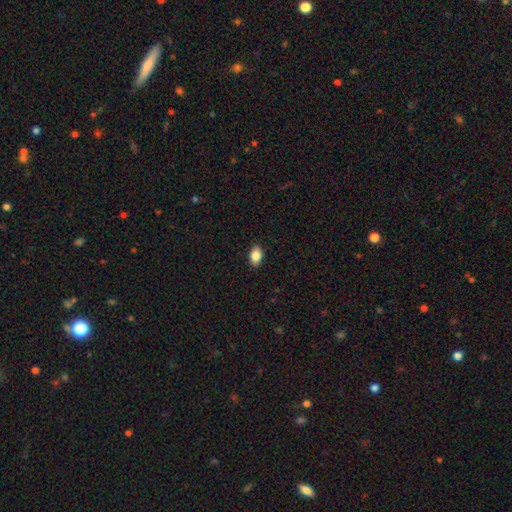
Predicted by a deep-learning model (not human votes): smooth_or_featured: smooth (p=0.85) [alt: star or artifact p=0.08]
how_rounded: in between (p=0.87) [alt: round p=0.11]
merging: none (p=0.89) [alt: minor disturbance p=0.08]